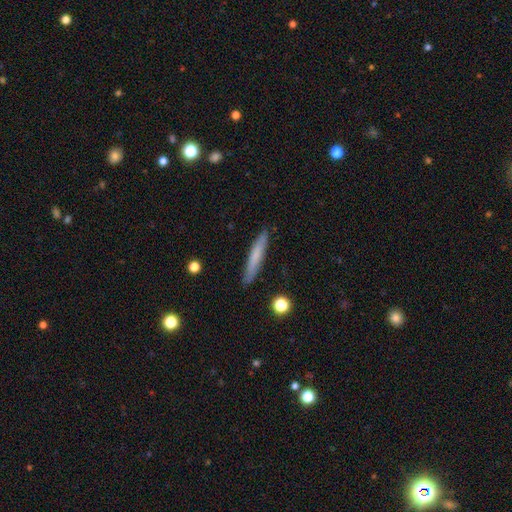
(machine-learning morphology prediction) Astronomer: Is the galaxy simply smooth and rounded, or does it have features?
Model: smooth — 68%.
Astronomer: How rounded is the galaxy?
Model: cigar-shaped — 94%.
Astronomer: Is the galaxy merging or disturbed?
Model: none — 89%.